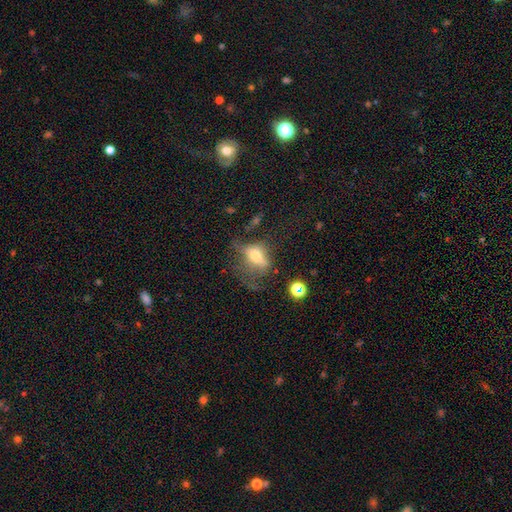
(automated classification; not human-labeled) Smooth or featured? Predicted: smooth (p=0.47). Merging? Predicted: major disturbance (p=0.43).